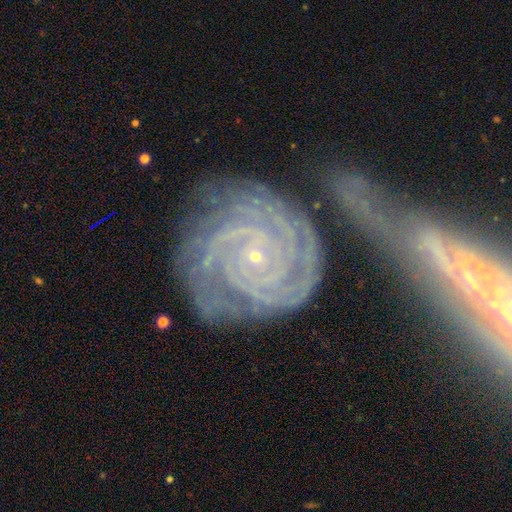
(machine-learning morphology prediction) Q: Smooth or featured?
A: featured or disk (91%); runner-up: star or artifact (5%)
Q: Edge-on disk?
A: no (97%); runner-up: yes (3%)
Q: Bar?
A: no (73%); runner-up: weak (17%)
Q: Spiral arms?
A: yes (98%); runner-up: no (2%)
Q: Spiral winding?
A: tight (87%); runner-up: medium (11%)
Q: Spiral arm count?
A: 4 (23%); runner-up: 3 (22%)
Q: Bulge size?
A: small (88%); runner-up: moderate (8%)
Q: Merging?
A: none (47%); runner-up: merger (27%)